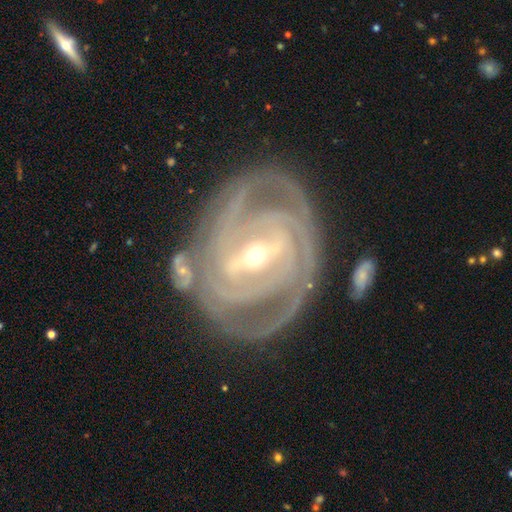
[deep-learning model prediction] Smooth or featured? featured or disk (92%)
Edge-on disk? no (96%)
Bar? strong (63%)
Spiral arms? yes (97%)
Spiral winding? tight (77%)
Spiral arm count? 3 (28%)
Bulge size? small (58%)
Merging? none (73%)